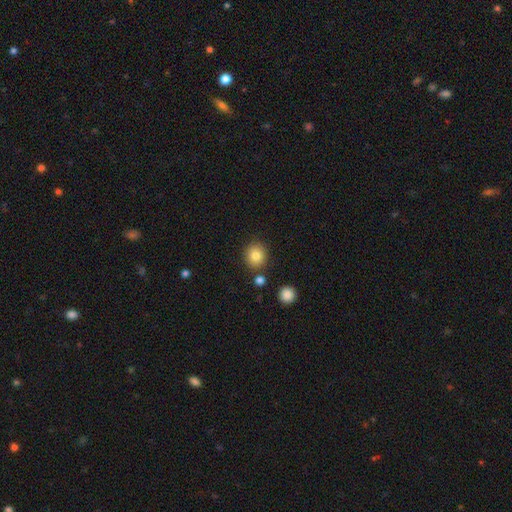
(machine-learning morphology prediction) Smooth or featured? Predicted: smooth (p=0.83). How rounded? Predicted: round (p=0.87). Merging? Predicted: none (p=0.83).